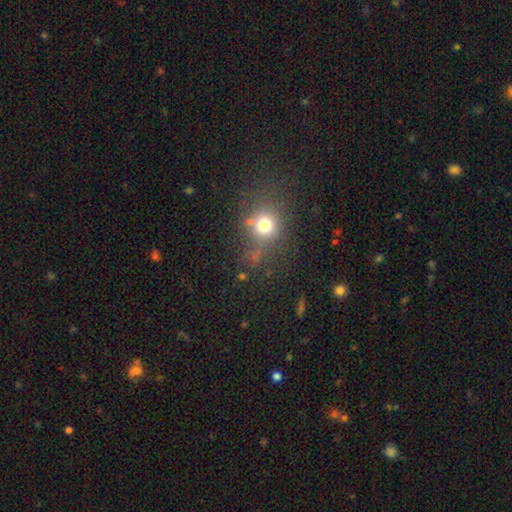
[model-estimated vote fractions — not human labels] Smooth or featured?
  - smooth: 69% *
  - star or artifact: 22%
  - featured or disk: 9%
How rounded?
  - round: 81% *
  - in between: 18%
  - cigar-shaped: 1%
Merging?
  - none: 71% *
  - minor disturbance: 14%
  - merger: 8%
  - major disturbance: 7%